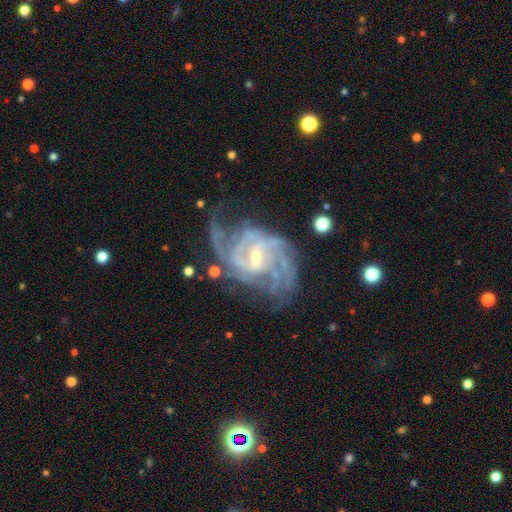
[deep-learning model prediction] Morphology: type=featured or disk (91%); edge-on=no (97%); bar=weak (53%); spiral arms=yes (97%); winding=medium (46%); arm count=2 (32%); bulge=small (67%); merging=none (58%).